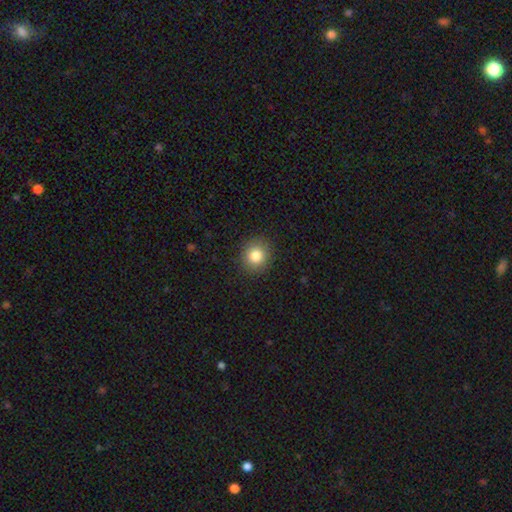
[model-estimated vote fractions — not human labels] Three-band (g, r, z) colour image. It shows a smooth galaxy with no disk features (83%) that is round (86%). Merging: none (90%).